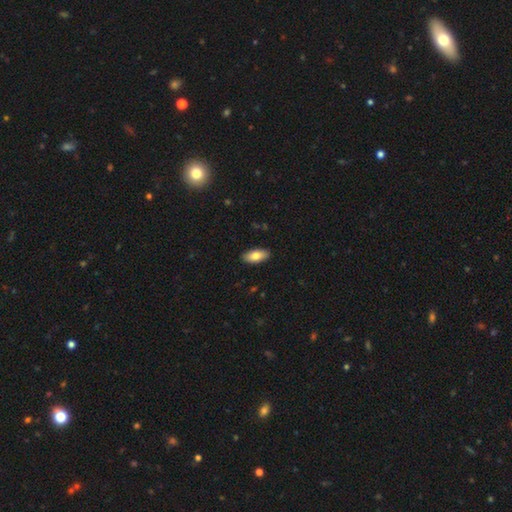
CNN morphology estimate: Smooth or featured?
  - smooth: 80% *
  - featured or disk: 14%
  - star or artifact: 6%
How rounded?
  - in between: 88% *
  - cigar-shaped: 9%
  - round: 2%
Merging?
  - none: 90% *
  - minor disturbance: 7%
  - major disturbance: 1%
  - merger: 1%